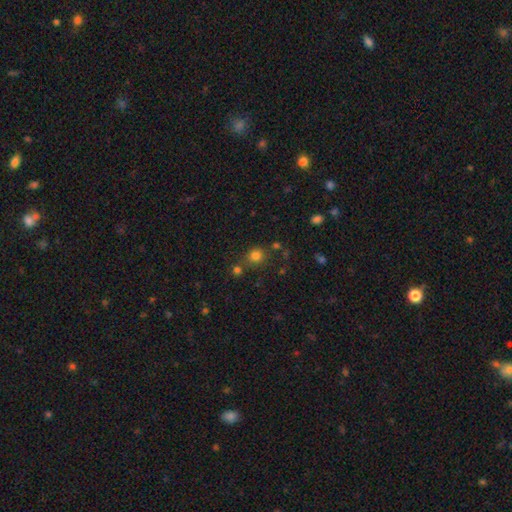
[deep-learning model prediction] Smooth or featured: smooth — 77% (star or artifact — 17%)
How rounded: round — 85% (in between — 14%)
Merging: none — 73% (merger — 13%)